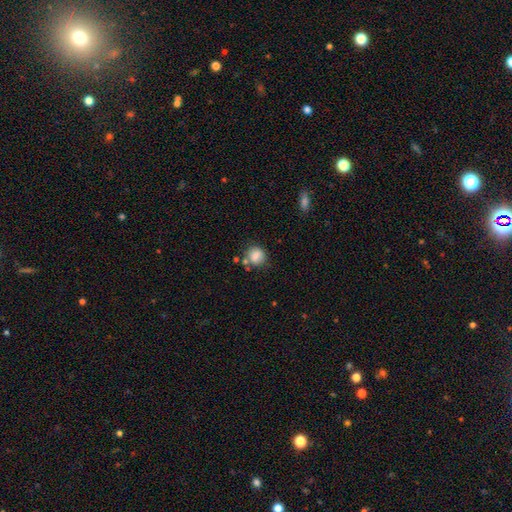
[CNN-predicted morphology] Smooth or featured?
  - smooth: 84% *
  - star or artifact: 9%
  - featured or disk: 7%
How rounded?
  - round: 76% *
  - in between: 23%
  - cigar-shaped: 1%
Merging?
  - none: 67% *
  - minor disturbance: 18%
  - merger: 10%
  - major disturbance: 5%